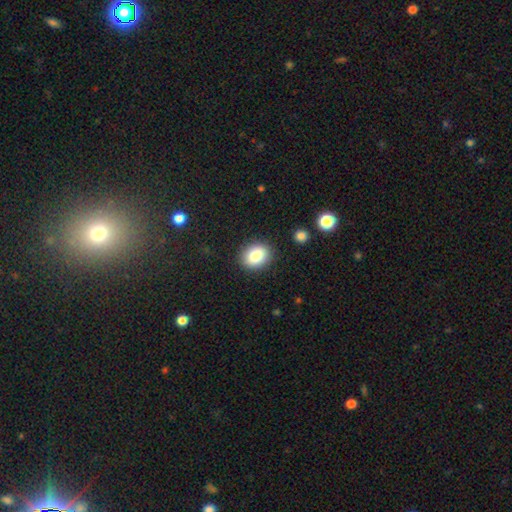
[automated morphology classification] Q: Smooth or featured?
A: smooth (82%); runner-up: star or artifact (9%)
Q: How rounded?
A: round (52%); runner-up: in between (47%)
Q: Merging?
A: none (88%); runner-up: minor disturbance (8%)